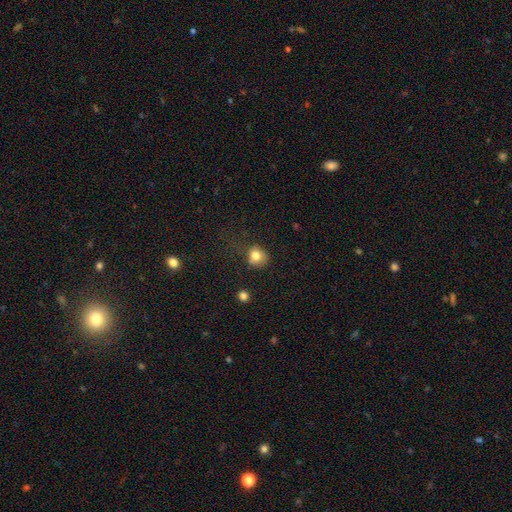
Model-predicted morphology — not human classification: This appears to be a smooth galaxy with no disk features (80%) that is round (77%). Merging: none (61%).